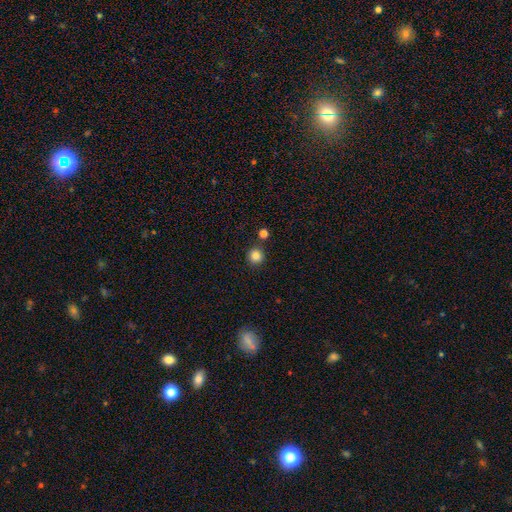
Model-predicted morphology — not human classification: Q: Smooth or featured?
A: smooth (84%); runner-up: star or artifact (11%)
Q: How rounded?
A: round (94%); runner-up: in between (5%)
Q: Merging?
A: none (85%); runner-up: minor disturbance (7%)